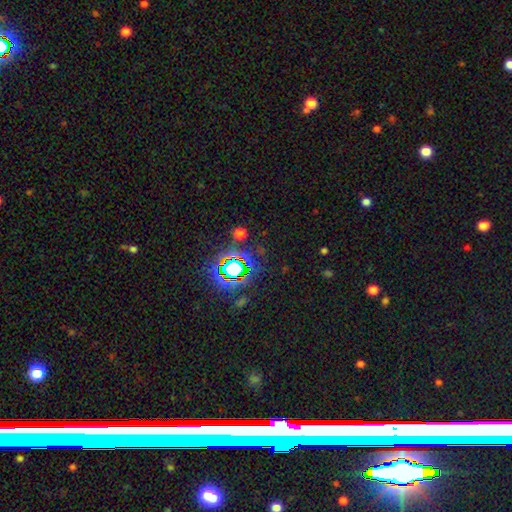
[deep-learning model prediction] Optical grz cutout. It shows a star or artifact, not a galaxy (69%).